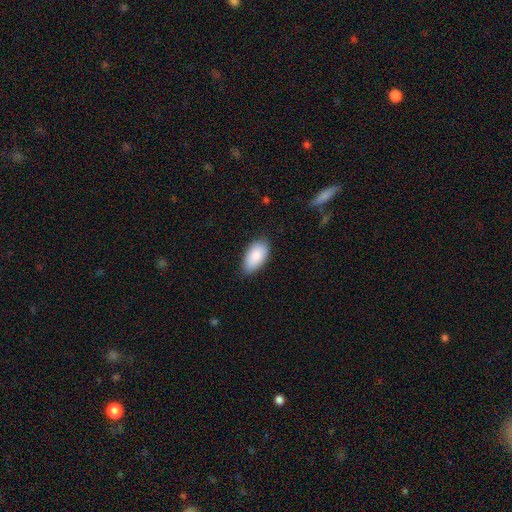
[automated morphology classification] Q: Smooth or featured?
A: smooth (87%); runner-up: featured or disk (6%)
Q: How rounded?
A: in between (95%); runner-up: round (3%)
Q: Merging?
A: none (81%); runner-up: minor disturbance (16%)